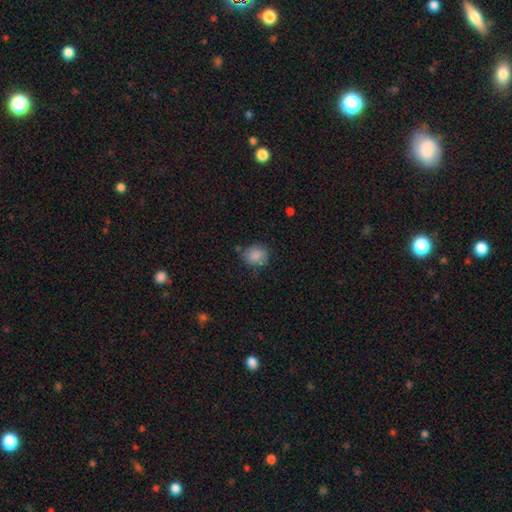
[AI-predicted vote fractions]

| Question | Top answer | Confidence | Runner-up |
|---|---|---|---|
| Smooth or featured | smooth | 86% | star or artifact (8%) |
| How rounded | round | 67% | in between (32%) |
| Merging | none | 72% | minor disturbance (19%) |